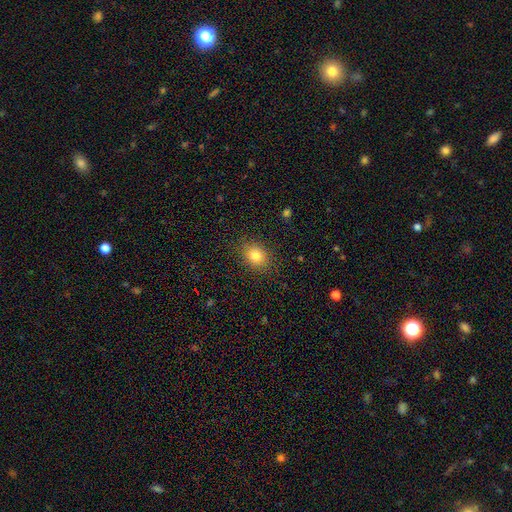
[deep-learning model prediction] smooth-or-featured: smooth: 80% | star or artifact: 12% | featured or disk: 8%
  how-rounded: round: 55% | in between: 44% | cigar-shaped: 1%
  merging: none: 85% | minor disturbance: 10% | major disturbance: 3% | merger: 1%